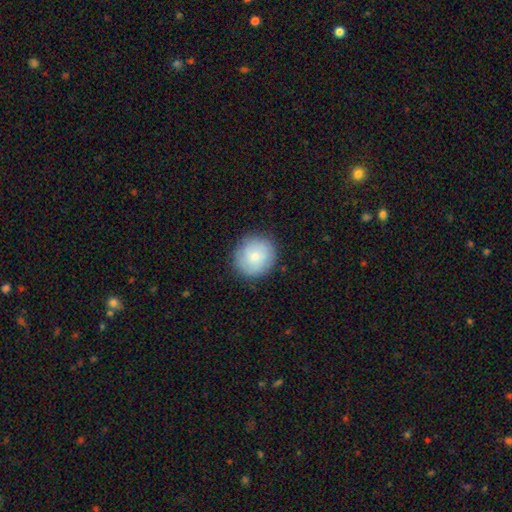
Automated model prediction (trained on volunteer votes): The model was most divided on "smooth or featured": smooth: 75%, featured or disk: 18%, star or artifact: 7%. More confident: how rounded — round (93%); merging — none (87%).